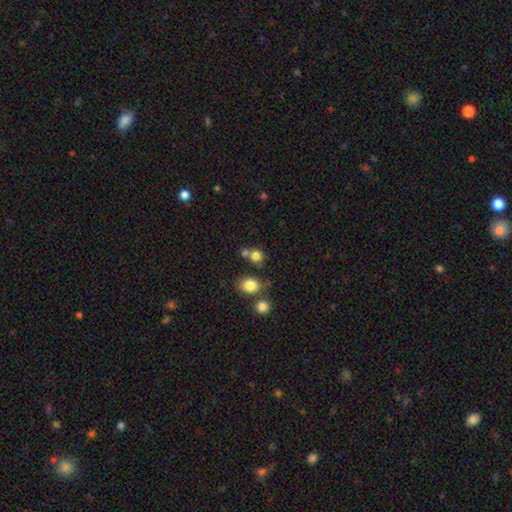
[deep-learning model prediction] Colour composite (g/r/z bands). It shows a smooth galaxy with no disk features (80%) that is round (75%). Merging: none (57%).